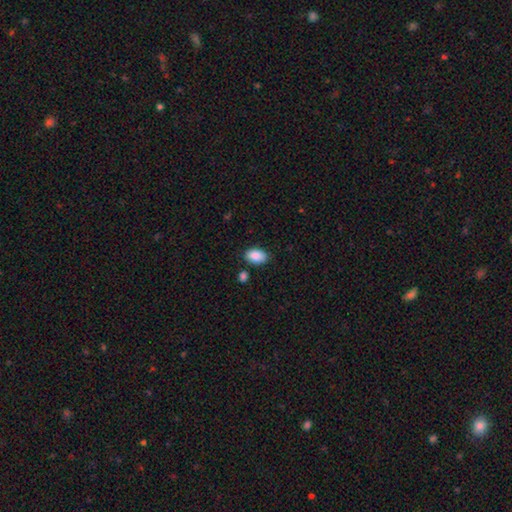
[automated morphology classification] Overall: smooth (89%). How rounded: in between (90%). Merging: none (81%).